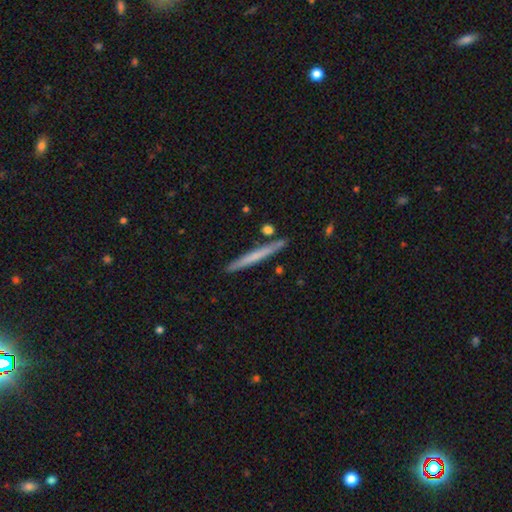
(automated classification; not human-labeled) Morphology: type=smooth (56%); roundness=cigar-shaped (97%); merging=none (89%).